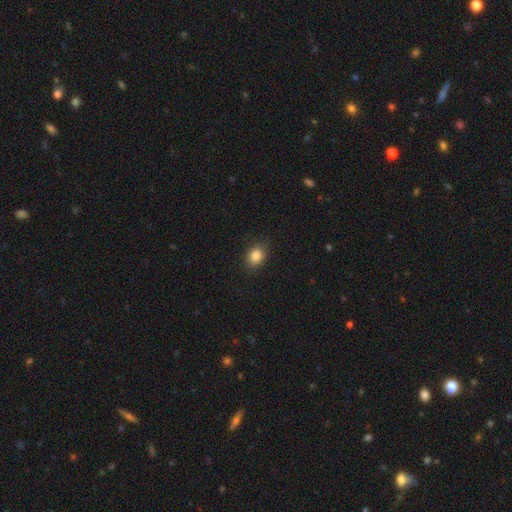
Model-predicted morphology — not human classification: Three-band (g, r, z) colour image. It shows a smooth galaxy with no disk features (85%) that is in between round and cigar-shaped (53%). Merging: none (85%).